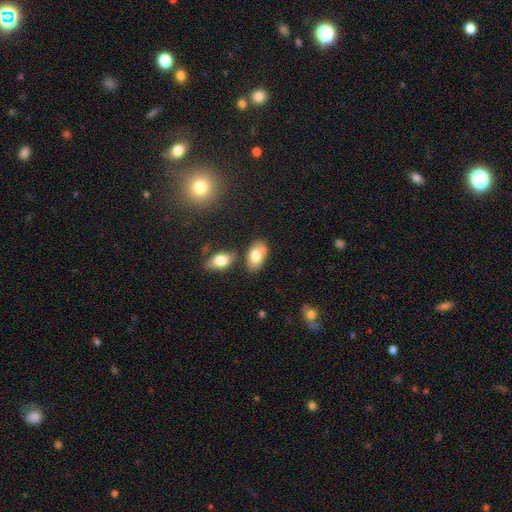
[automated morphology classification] This is likely a smooth galaxy (73%). How rounded: clearly in between (92%). Merging: likely none (63%).